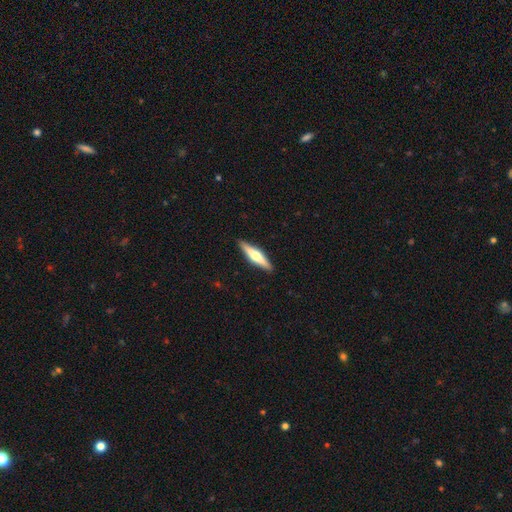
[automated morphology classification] A featured or disk galaxy (57%) viewed edge-on (97%) with a rounded central bulge (88%). Merging: none (91%).